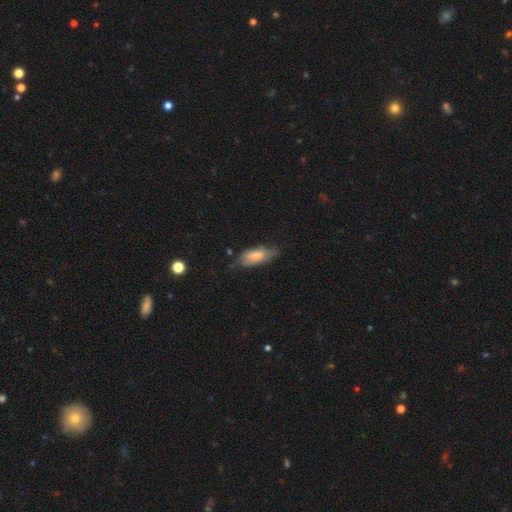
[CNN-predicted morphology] smooth-or-featured: smooth: 70% | featured or disk: 23% | star or artifact: 7%
  how-rounded: in between: 78% | cigar-shaped: 20% | round: 2%
  merging: none: 53% | minor disturbance: 34% | major disturbance: 11% | merger: 2%